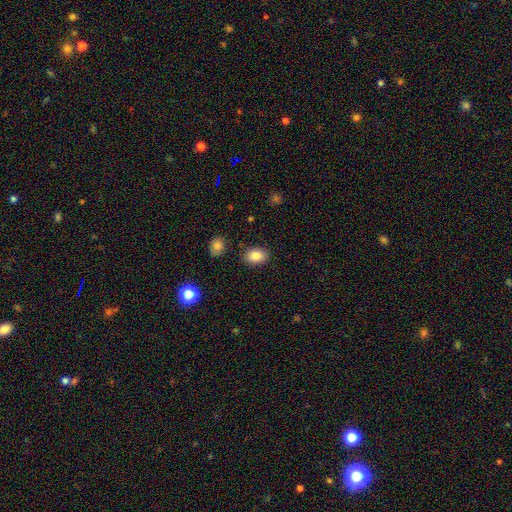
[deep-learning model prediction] This is clearly a smooth galaxy (84%). How rounded: likely in between (74%). Merging: clearly none (87%).